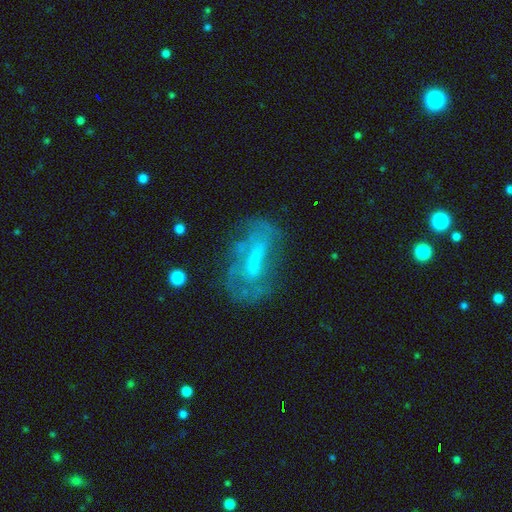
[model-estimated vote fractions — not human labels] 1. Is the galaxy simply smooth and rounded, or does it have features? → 64% featured or disk, 25% smooth, 11% star or artifact.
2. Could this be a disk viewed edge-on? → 87% no, 13% yes.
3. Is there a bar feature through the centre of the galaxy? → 40% strong, 38% weak, 22% no.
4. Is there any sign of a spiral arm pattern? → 57% yes, 43% no.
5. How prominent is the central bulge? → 36% none, 30% moderate, 26% small, 7% large, 1% dominant.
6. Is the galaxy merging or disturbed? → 55% none, 22% minor disturbance, 20% major disturbance, 4% merger.